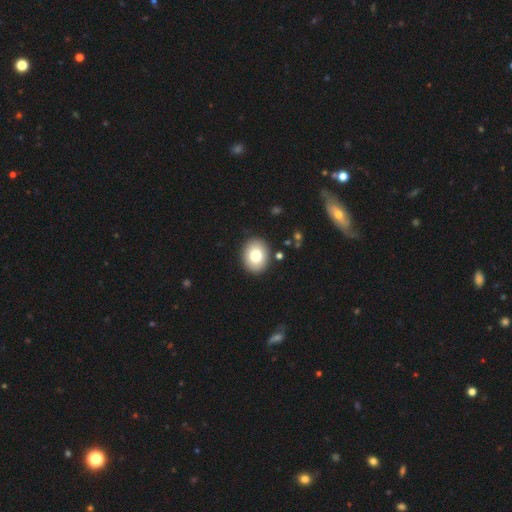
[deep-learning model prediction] The model was most divided on "how rounded": in between: 51%, round: 48%, cigar-shaped: 1%. More confident: merging — none (89%); smooth or featured — smooth (79%).